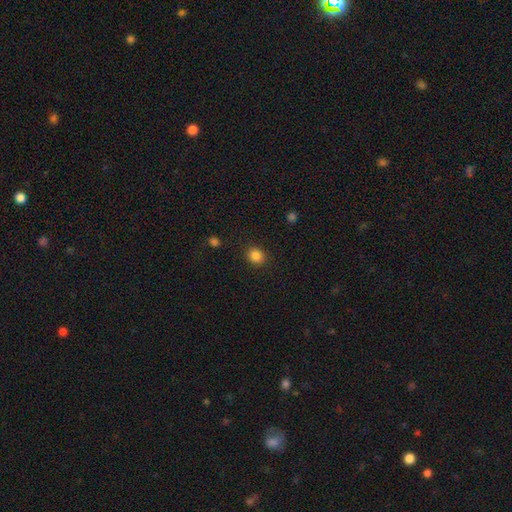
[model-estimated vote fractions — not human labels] smooth_or_featured: smooth (p=0.85) [alt: star or artifact p=0.11]
how_rounded: round (p=0.76) [alt: in between p=0.23]
merging: none (p=0.90) [alt: minor disturbance p=0.07]